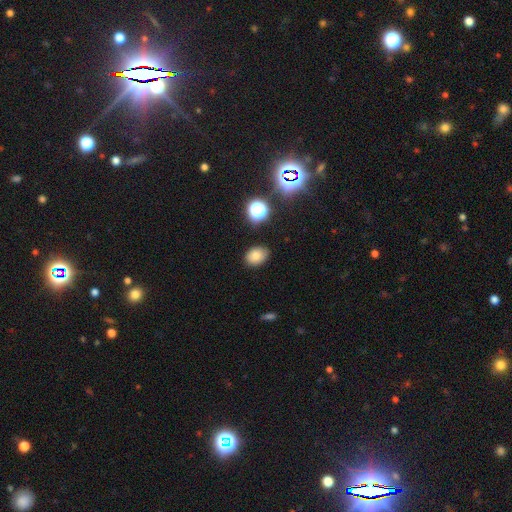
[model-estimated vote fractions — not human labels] This is likely a smooth galaxy (79%). How rounded: likely in between (68%). Merging: clearly none (82%).